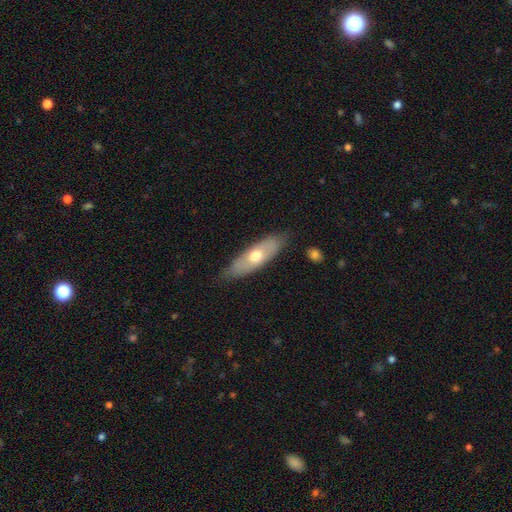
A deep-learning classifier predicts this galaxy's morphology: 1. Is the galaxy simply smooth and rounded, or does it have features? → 55% smooth, 40% featured or disk, 6% star or artifact.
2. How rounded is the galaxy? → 58% in between, 39% cigar-shaped, 3% round.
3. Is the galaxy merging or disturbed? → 77% none, 17% minor disturbance, 4% major disturbance, 2% merger.